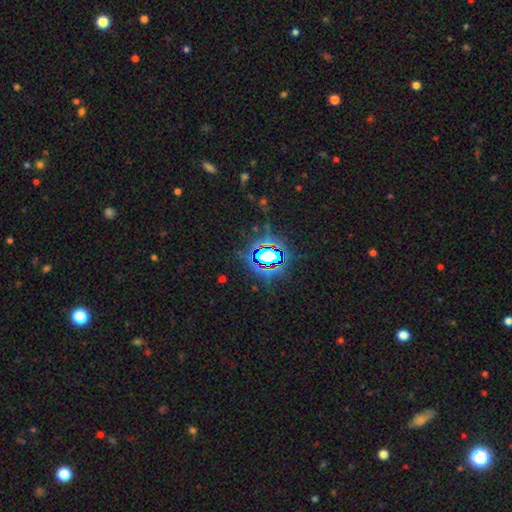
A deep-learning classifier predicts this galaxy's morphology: smooth-or-featured: star or artifact: 82% | smooth: 11% | featured or disk: 7%